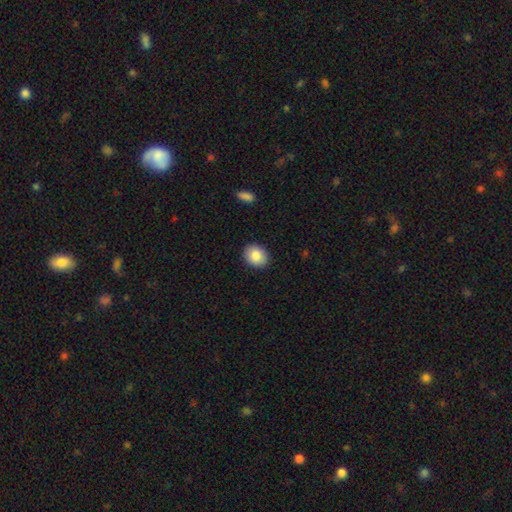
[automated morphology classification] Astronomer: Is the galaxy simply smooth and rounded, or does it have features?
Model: smooth — 84%.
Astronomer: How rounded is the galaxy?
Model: round — 51% (runner-up: in between, 48%).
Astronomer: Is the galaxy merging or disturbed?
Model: none — 90%.